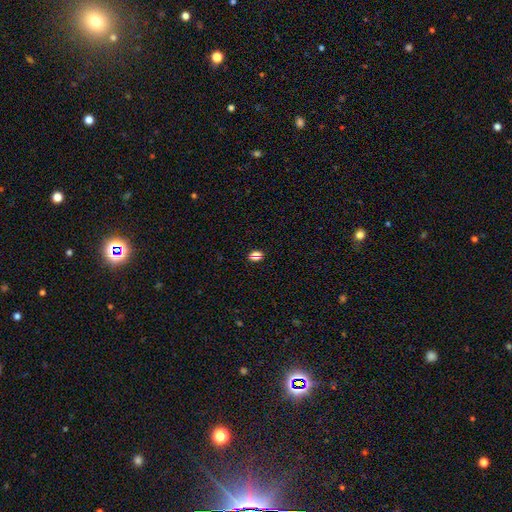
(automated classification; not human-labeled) This appears to be a smooth galaxy with no disk features (66%) that is in between round and cigar-shaped (68%). Merging: none (82%).